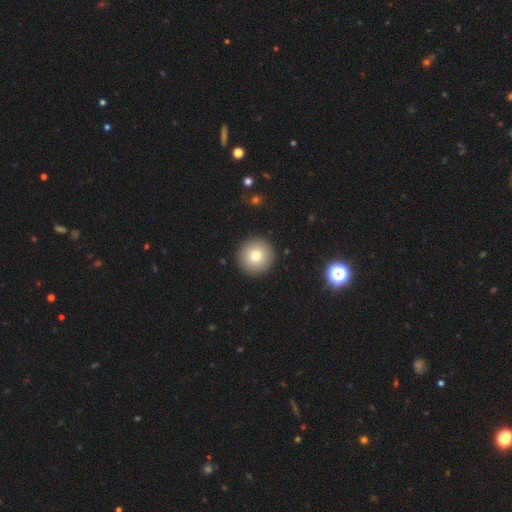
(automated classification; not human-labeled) smooth_or_featured: smooth (p=0.78) [alt: featured or disk p=0.13]
how_rounded: round (p=0.96) [alt: in between p=0.03]
merging: none (p=0.92) [alt: minor disturbance p=0.05]